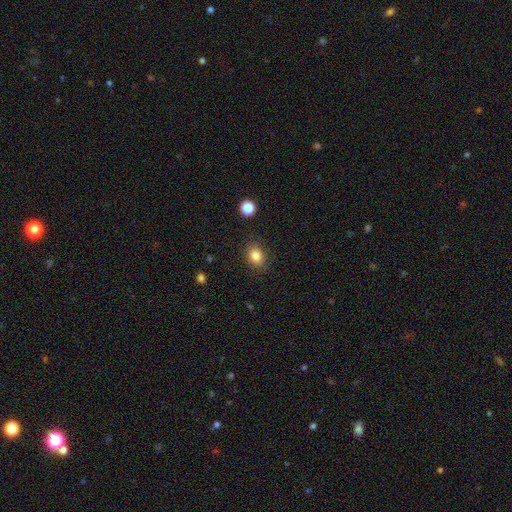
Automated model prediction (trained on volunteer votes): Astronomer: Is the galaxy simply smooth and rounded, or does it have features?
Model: smooth — 84%.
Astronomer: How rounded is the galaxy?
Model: in between — 55% (runner-up: round, 44%).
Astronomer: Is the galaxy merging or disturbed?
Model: none — 85%.